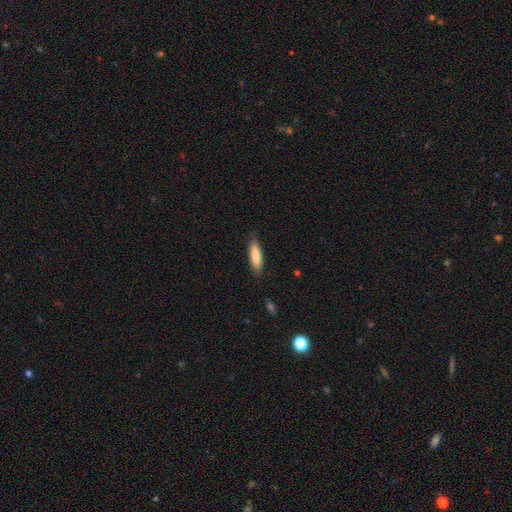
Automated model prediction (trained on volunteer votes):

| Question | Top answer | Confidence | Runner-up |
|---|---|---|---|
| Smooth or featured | smooth | 85% | featured or disk (10%) |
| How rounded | cigar-shaped | 65% | in between (33%) |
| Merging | none | 82% | minor disturbance (14%) |